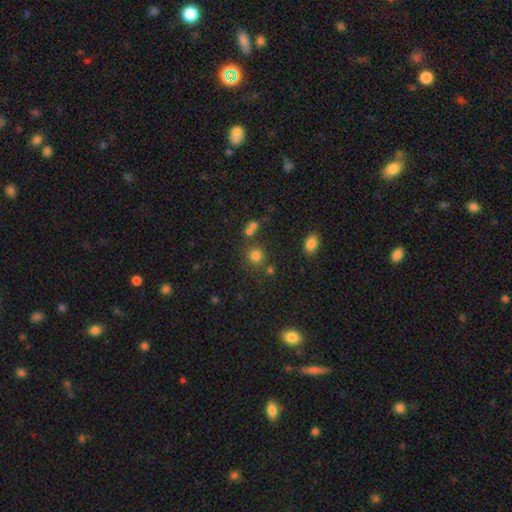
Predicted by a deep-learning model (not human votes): A smooth galaxy with no disk features (76%) that is round (87%). Merging: none (72%).